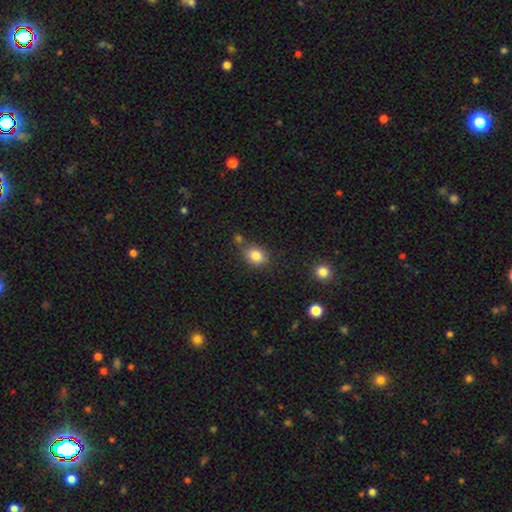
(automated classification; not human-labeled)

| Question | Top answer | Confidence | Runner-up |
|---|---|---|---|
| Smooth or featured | smooth | 83% | star or artifact (10%) |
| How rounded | in between | 54% | round (45%) |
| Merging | none | 67% | minor disturbance (16%) |